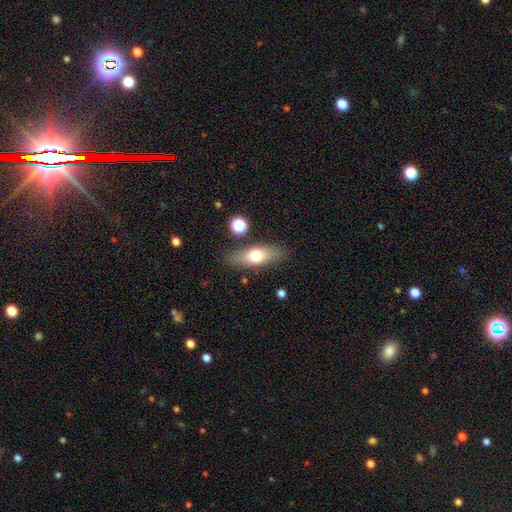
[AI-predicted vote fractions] This appears to be a smooth galaxy with no disk features (65%) that is in between round and cigar-shaped (61%). Merging: none (83%).